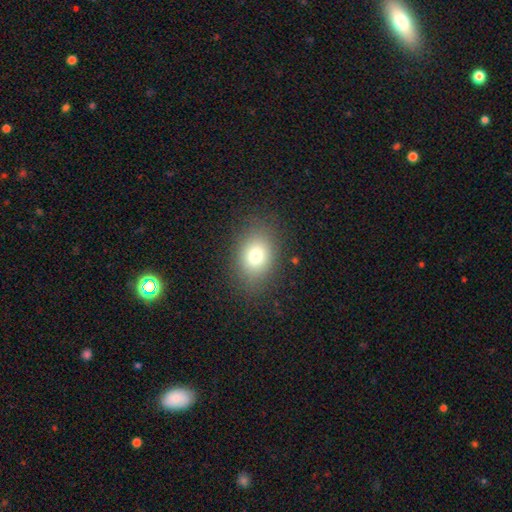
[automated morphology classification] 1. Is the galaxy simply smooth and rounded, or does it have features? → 77% smooth, 12% star or artifact, 11% featured or disk.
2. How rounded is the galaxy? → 65% in between, 34% round, 1% cigar-shaped.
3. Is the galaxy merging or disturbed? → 84% none, 11% minor disturbance, 5% major disturbance, 1% merger.